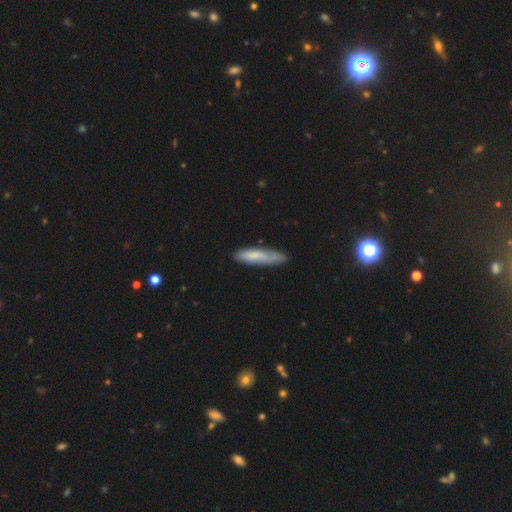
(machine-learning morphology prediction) Q: Smooth or featured?
A: smooth (75%); runner-up: featured or disk (19%)
Q: How rounded?
A: cigar-shaped (80%); runner-up: in between (19%)
Q: Merging?
A: none (64%); runner-up: minor disturbance (27%)